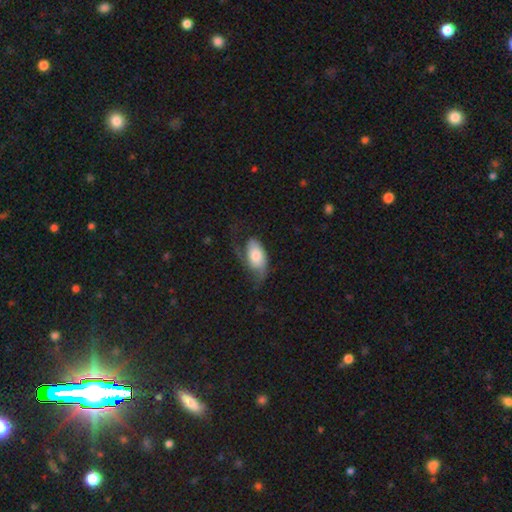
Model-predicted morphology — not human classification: Smooth or featured? Predicted: smooth (p=0.54). How rounded? Predicted: in between (p=0.91). Merging? Predicted: none (p=0.38).